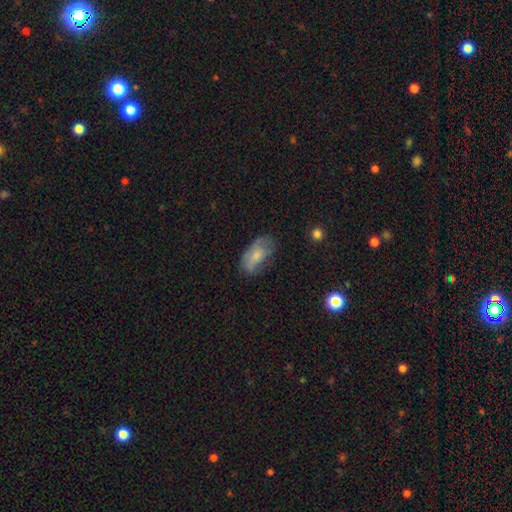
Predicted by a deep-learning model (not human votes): smooth 66%, featured or disk 26%, star or artifact 8%. Down the decision tree: how rounded — in between (92%); merging — none (52%).